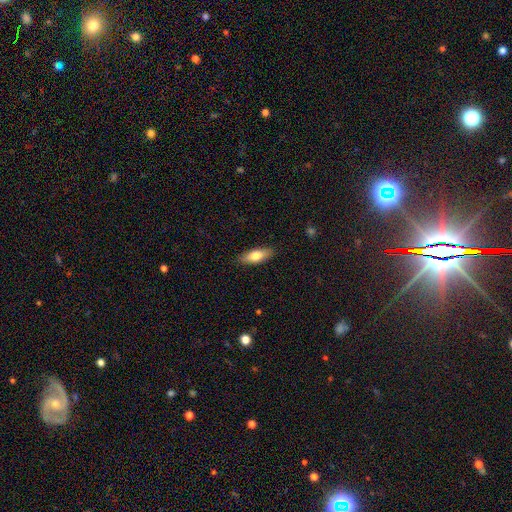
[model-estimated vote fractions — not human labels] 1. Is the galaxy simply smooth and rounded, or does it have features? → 75% smooth, 19% featured or disk, 6% star or artifact.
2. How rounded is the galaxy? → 70% in between, 28% cigar-shaped, 2% round.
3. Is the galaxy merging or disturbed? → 88% none, 9% minor disturbance, 2% major disturbance, 1% merger.